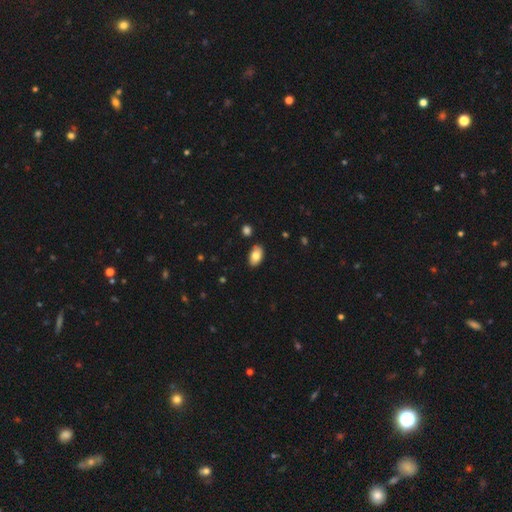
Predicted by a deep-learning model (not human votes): This is clearly a smooth galaxy (81%). How rounded: clearly in between (94%). Merging: clearly none (86%).